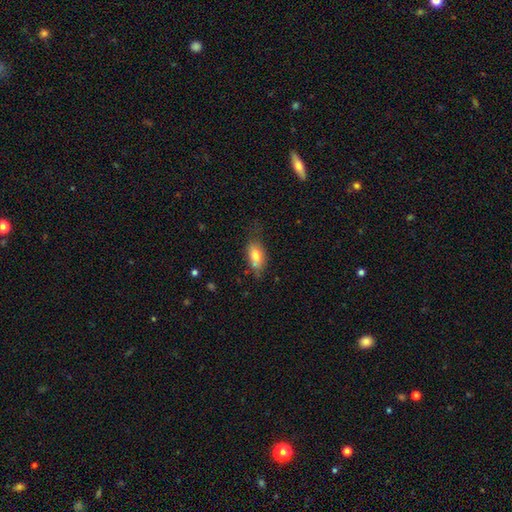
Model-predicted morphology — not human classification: Smooth or featured? smooth (74%)
How rounded? in between (87%)
Merging? none (49%)